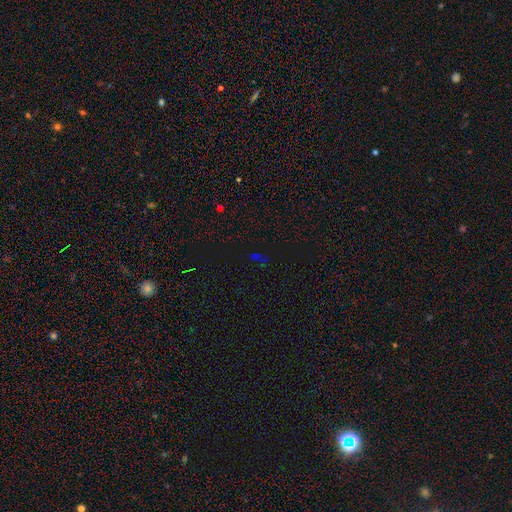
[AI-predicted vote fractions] Smooth or featured: star or artifact — 66% (smooth — 25%)